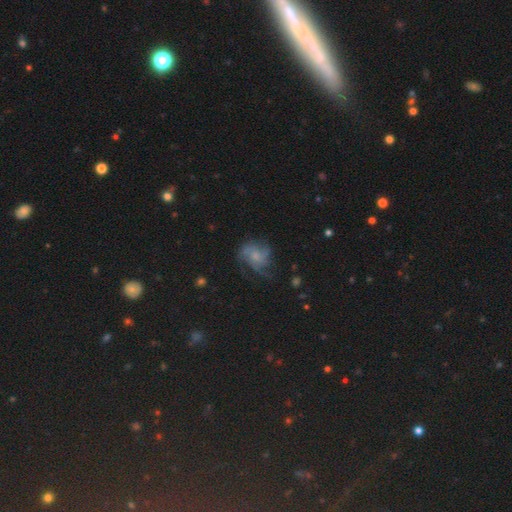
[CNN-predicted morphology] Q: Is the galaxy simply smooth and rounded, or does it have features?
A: featured or disk — 62%.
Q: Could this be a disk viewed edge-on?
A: no — 98%.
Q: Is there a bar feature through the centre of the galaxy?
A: no — 78%.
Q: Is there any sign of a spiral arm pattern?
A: yes — 86%.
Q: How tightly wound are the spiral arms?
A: medium — 45%.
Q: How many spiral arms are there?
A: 3 — 28%.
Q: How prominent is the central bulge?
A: small — 54%.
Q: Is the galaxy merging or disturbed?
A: none — 53%.